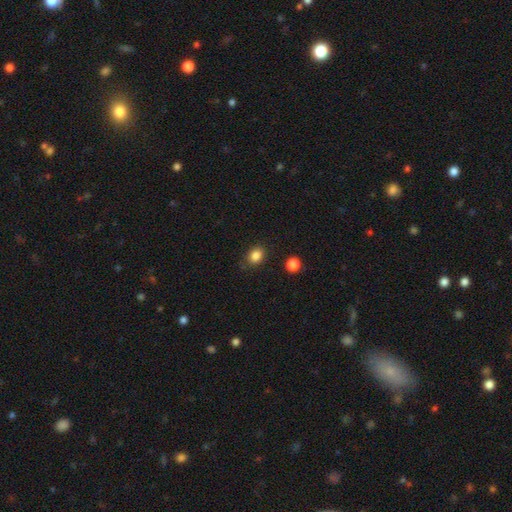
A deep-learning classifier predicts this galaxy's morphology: Smooth or featured: smooth — 85% (star or artifact — 11%)
How rounded: in between — 53% (round — 46%)
Merging: none — 83% (minor disturbance — 12%)